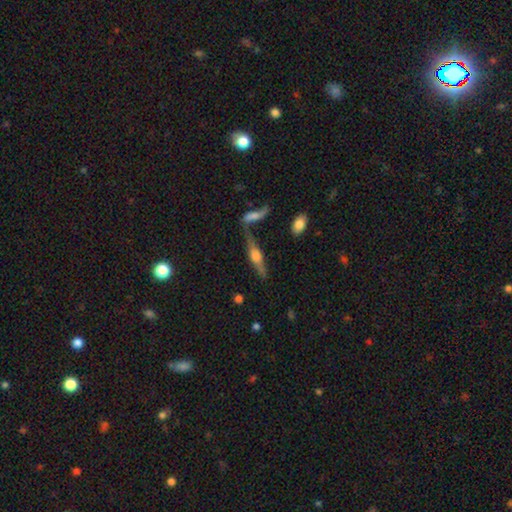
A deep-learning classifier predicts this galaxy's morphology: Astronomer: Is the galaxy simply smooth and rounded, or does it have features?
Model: featured or disk — 70%.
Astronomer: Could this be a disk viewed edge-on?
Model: yes — 93%.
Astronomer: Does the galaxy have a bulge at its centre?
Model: rounded — 87%.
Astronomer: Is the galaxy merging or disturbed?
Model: none — 64%.